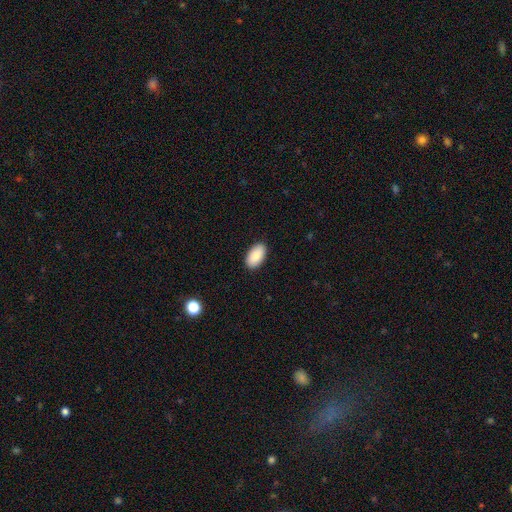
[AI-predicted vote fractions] smooth-or-featured: smooth: 84% | featured or disk: 9% | star or artifact: 6%
  how-rounded: in between: 95% | round: 3% | cigar-shaped: 2%
  merging: none: 89% | minor disturbance: 8% | major disturbance: 2% | merger: 1%